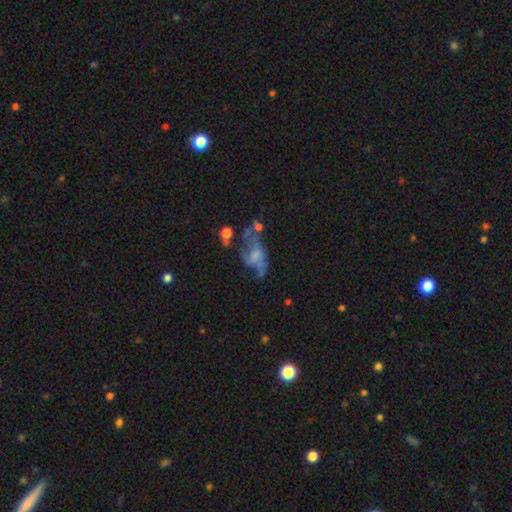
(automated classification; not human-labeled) Smooth or featured?
  - featured or disk: 59% *
  - smooth: 26%
  - star or artifact: 15%
Edge-on disk?
  - no: 94% *
  - yes: 6%
Bar?
  - no: 64% *
  - weak: 28%
  - strong: 8%
Spiral arms?
  - no: 53% *
  - yes: 47%
Bulge size?
  - none: 42% *
  - small: 29%
  - moderate: 23%
  - large: 5%
  - dominant: 2%
Merging?
  - major disturbance: 40% *
  - none: 27%
  - minor disturbance: 18%
  - merger: 15%